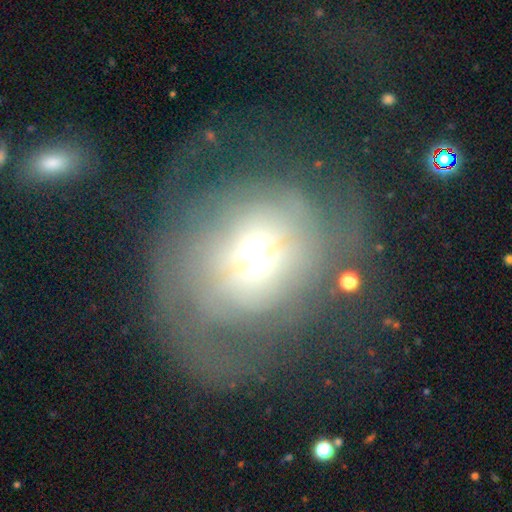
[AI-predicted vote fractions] The model was most divided on "smooth or featured": smooth: 41%, featured or disk: 40%, star or artifact: 19%. Remaining: merging — none (43%).